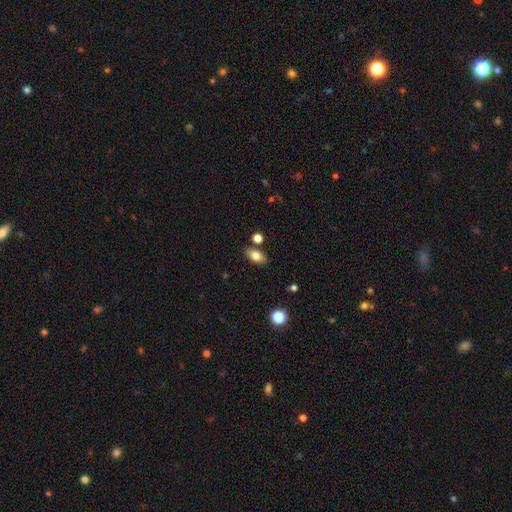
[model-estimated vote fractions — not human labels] A smooth galaxy with no disk features (79%) that is in between round and cigar-shaped (88%). Merging: none (81%).